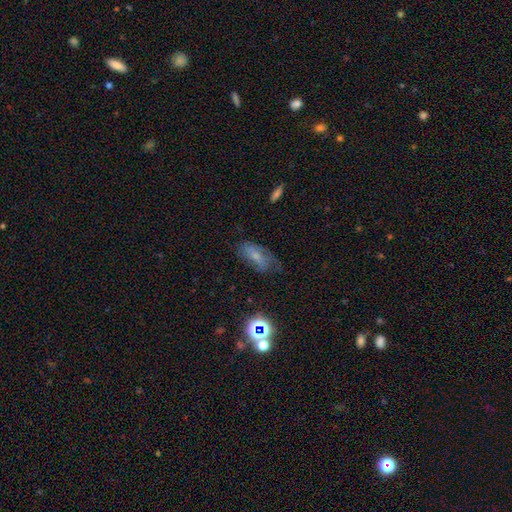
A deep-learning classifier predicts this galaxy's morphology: This is possibly a smooth galaxy (50%). Merging: possibly none (52%).